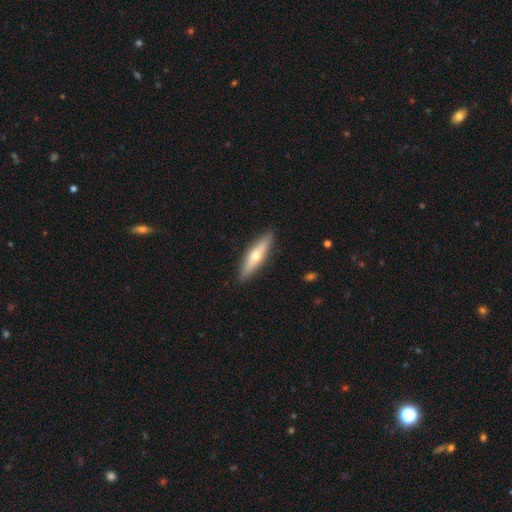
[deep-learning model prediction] Morphology: type=smooth (49%); merging=none (90%).